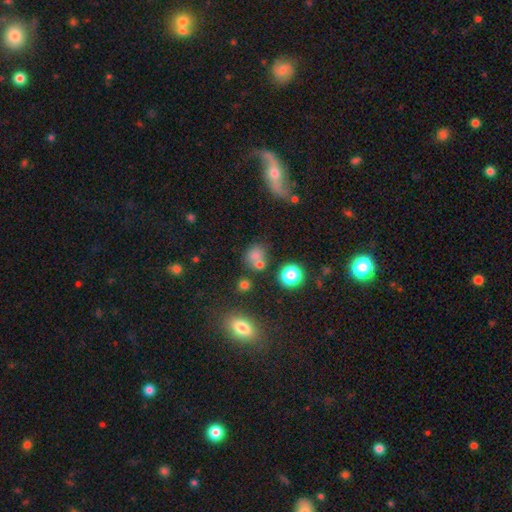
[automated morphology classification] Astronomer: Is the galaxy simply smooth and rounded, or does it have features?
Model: smooth — 69%.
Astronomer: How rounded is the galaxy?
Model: round — 73%.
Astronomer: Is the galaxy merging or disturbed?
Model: none — 52% (runner-up: merger, 30%).